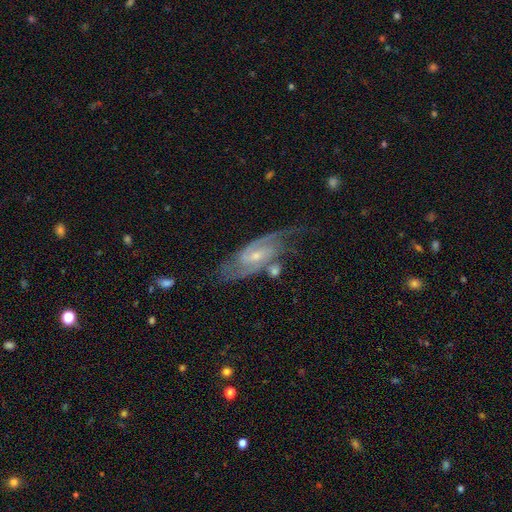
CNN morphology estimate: This appears to be a featured or disk galaxy (88%) with a weak bar (50%), 2 (84%) medium (54%) spiral arms (97%) and a small central bulge (63%). Merging: none (67%).